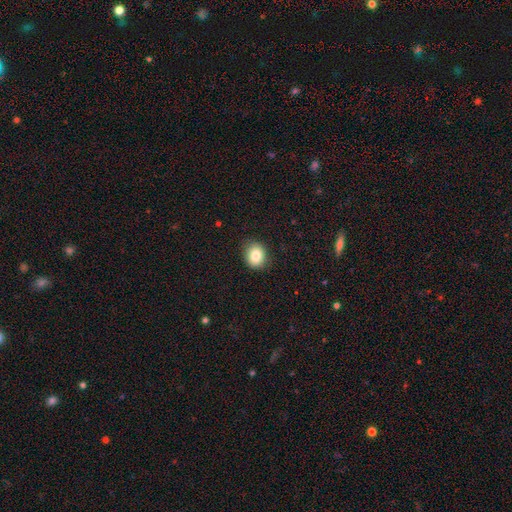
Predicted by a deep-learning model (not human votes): Q: Smooth or featured?
A: smooth (83%); runner-up: star or artifact (9%)
Q: How rounded?
A: round (61%); runner-up: in between (38%)
Q: Merging?
A: none (86%); runner-up: minor disturbance (11%)